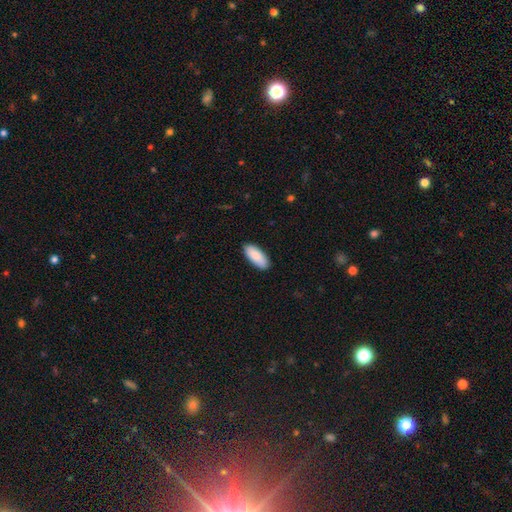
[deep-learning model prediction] Smooth or featured? smooth (89%)
How rounded? in between (85%)
Merging? none (89%)